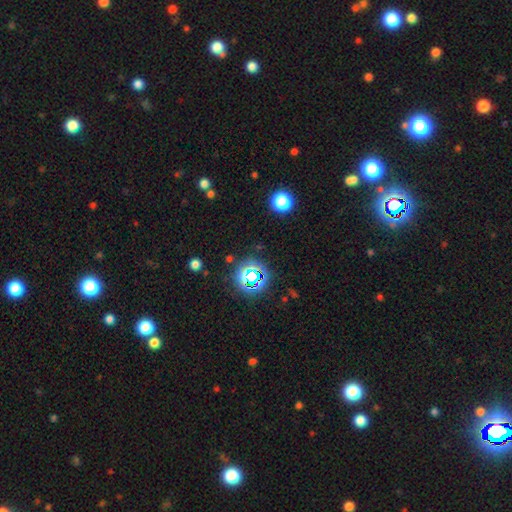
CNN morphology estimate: A star or artifact, not a galaxy (62%).

Vote fractions:
- Smooth or featured? star or artifact: 62% / smooth: 30% / featured or disk: 7%